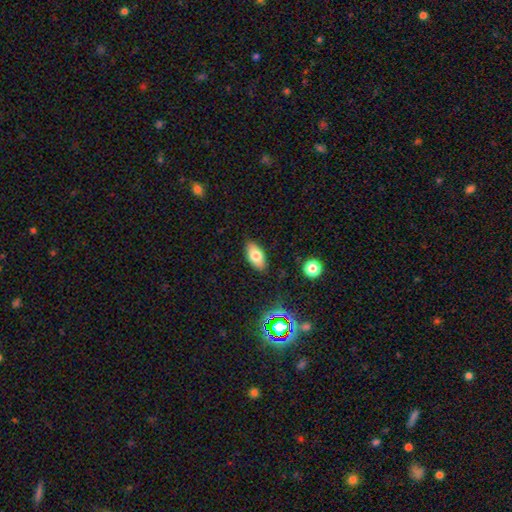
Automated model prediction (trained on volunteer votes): Smooth or featured? Predicted: smooth (p=0.75). How rounded? Predicted: in between (p=0.90). Merging? Predicted: none (p=0.85).